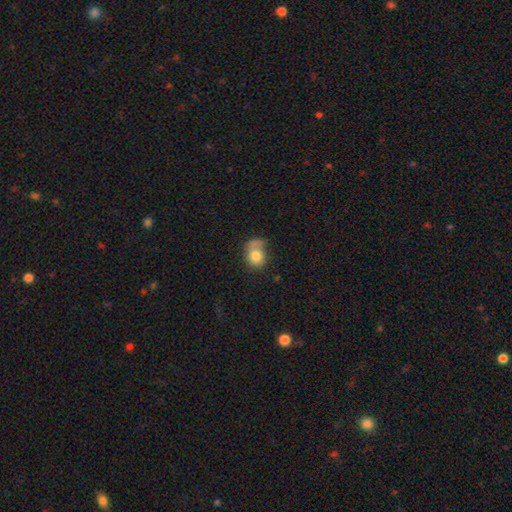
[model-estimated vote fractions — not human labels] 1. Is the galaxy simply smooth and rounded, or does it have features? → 78% smooth, 13% featured or disk, 9% star or artifact.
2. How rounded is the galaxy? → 63% round, 35% in between, 1% cigar-shaped.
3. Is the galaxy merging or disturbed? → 38% none, 24% merger, 20% minor disturbance, 18% major disturbance.